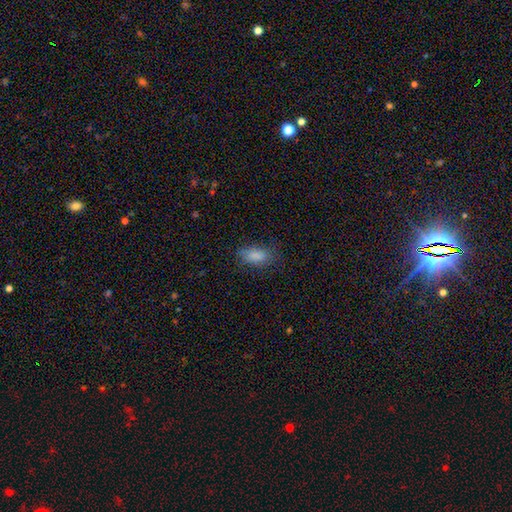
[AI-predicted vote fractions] Q: Smooth or featured?
A: smooth (85%); runner-up: star or artifact (9%)
Q: How rounded?
A: in between (88%); runner-up: cigar-shaped (7%)
Q: Merging?
A: none (74%); runner-up: minor disturbance (18%)